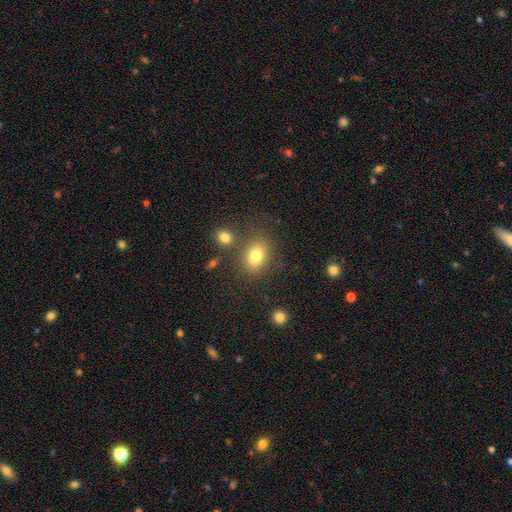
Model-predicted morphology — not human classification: Smooth or featured?
  - smooth: 80% *
  - star or artifact: 11%
  - featured or disk: 10%
How rounded?
  - in between: 72% *
  - round: 27%
  - cigar-shaped: 1%
Merging?
  - none: 73% *
  - minor disturbance: 12%
  - merger: 10%
  - major disturbance: 4%